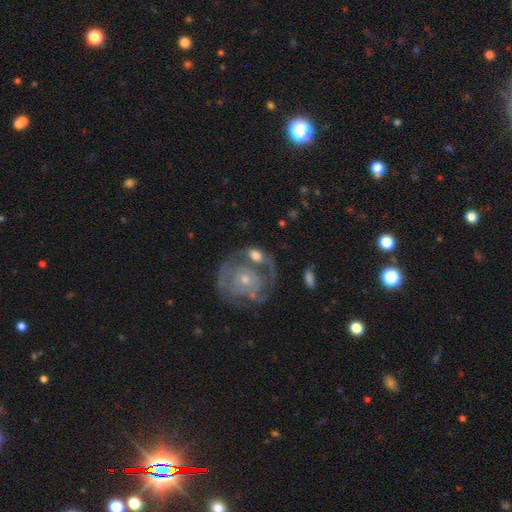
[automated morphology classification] This is possibly a featured or disk galaxy (57%). It is clearly not viewed edge-on (95%). Bar: likely no (77%). Spiral arm pattern: likely yes (63%). Central bulge: possibly moderate (47%). Merging: marginally merger (38%).